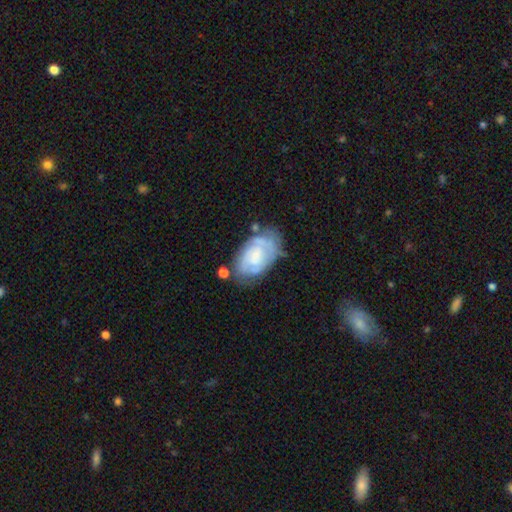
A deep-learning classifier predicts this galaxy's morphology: This appears to be a featured or disk galaxy (67%) with no bar (62%), tight (60%) spiral arms (80%) and a small central bulge (43%). Merging: none (56%).